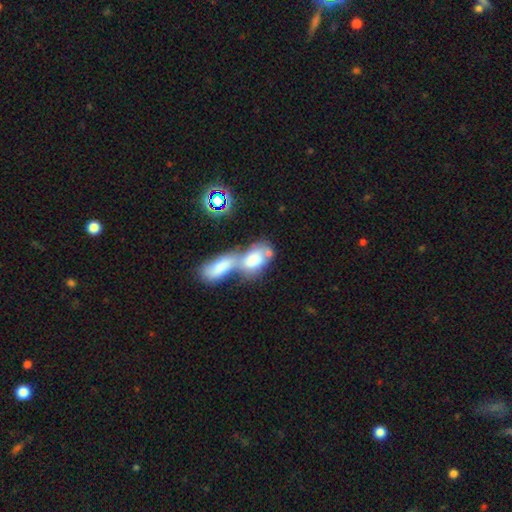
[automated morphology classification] Smooth or featured? smooth (69%)
How rounded? in between (89%)
Merging? merger (74%)